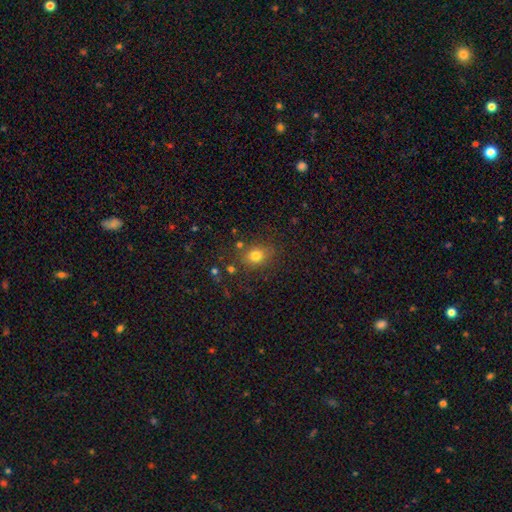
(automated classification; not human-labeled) A smooth galaxy with no disk features (77%) that is round (53%). Merging: none (78%).